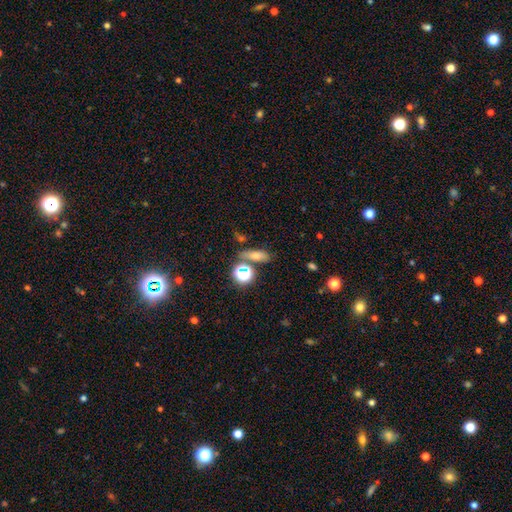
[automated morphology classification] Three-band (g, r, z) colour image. It shows a smooth galaxy with no disk features (64%) that is in between round and cigar-shaped (51%). Merging: none (67%).